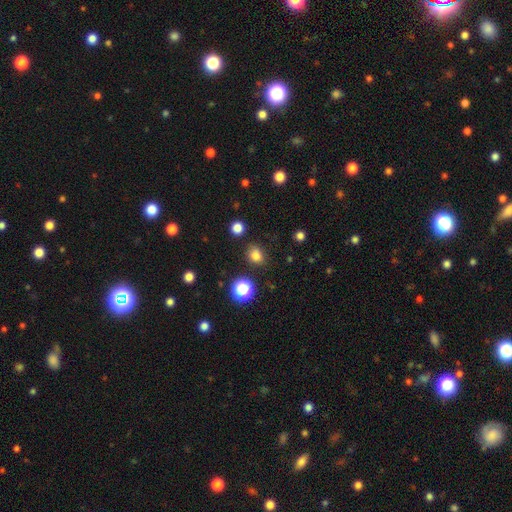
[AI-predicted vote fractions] Smooth or featured: smooth — 78% (star or artifact — 16%)
How rounded: round — 58% (in between — 40%)
Merging: none — 82% (minor disturbance — 12%)